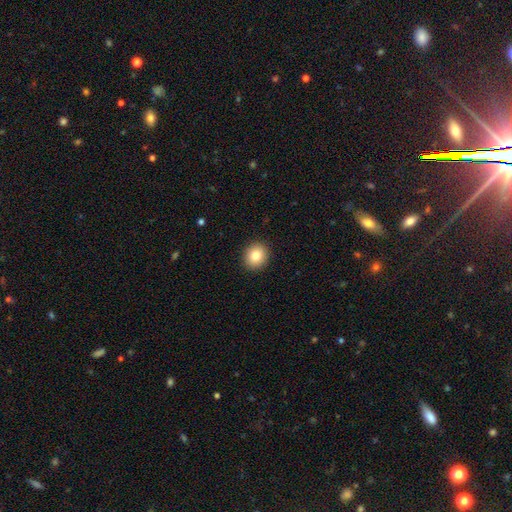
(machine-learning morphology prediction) smooth-or-featured: smooth: 83% | star or artifact: 10% | featured or disk: 7%
  how-rounded: round: 78% | in between: 21% | cigar-shaped: 1%
  merging: none: 92% | minor disturbance: 6% | major disturbance: 2% | merger: 1%